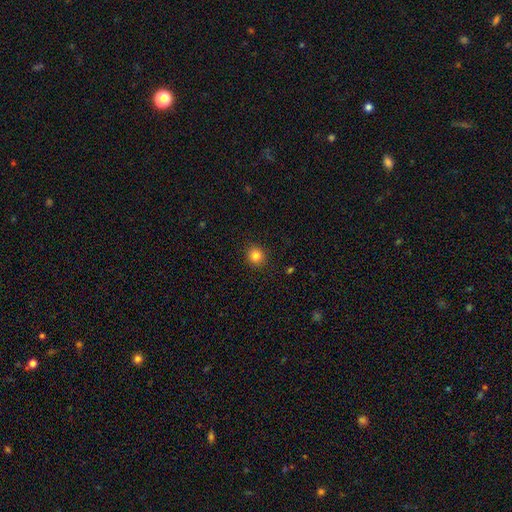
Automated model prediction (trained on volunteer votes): Smooth or featured? smooth (83%)
How rounded? round (90%)
Merging? none (91%)